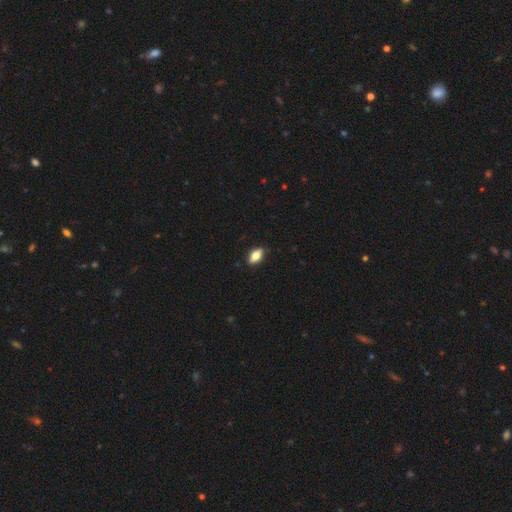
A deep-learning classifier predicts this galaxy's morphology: This is likely a smooth galaxy (73%). How rounded: clearly in between (87%). Merging: clearly none (87%).